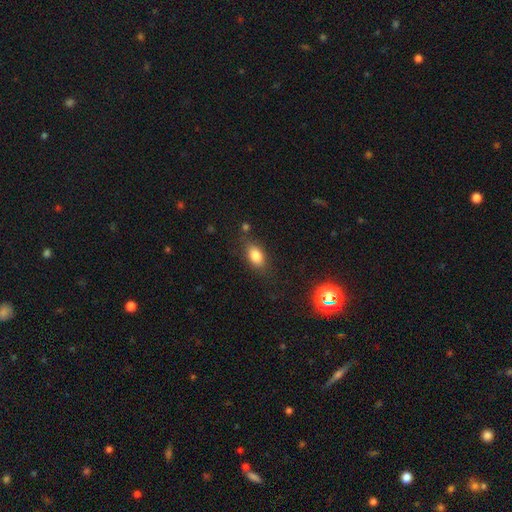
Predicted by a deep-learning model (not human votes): Smooth or featured?
  - smooth: 82% *
  - star or artifact: 9%
  - featured or disk: 9%
How rounded?
  - in between: 85% *
  - round: 10%
  - cigar-shaped: 5%
Merging?
  - none: 76% *
  - minor disturbance: 16%
  - major disturbance: 5%
  - merger: 4%